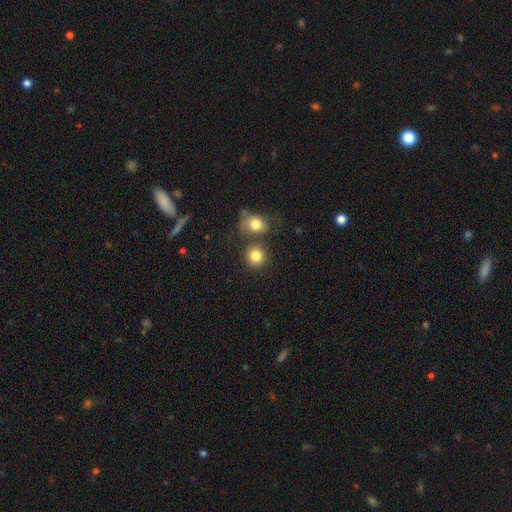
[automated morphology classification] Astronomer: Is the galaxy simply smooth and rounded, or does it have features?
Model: smooth — 82%.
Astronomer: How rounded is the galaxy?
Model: round — 86%.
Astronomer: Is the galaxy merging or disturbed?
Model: none — 67%.